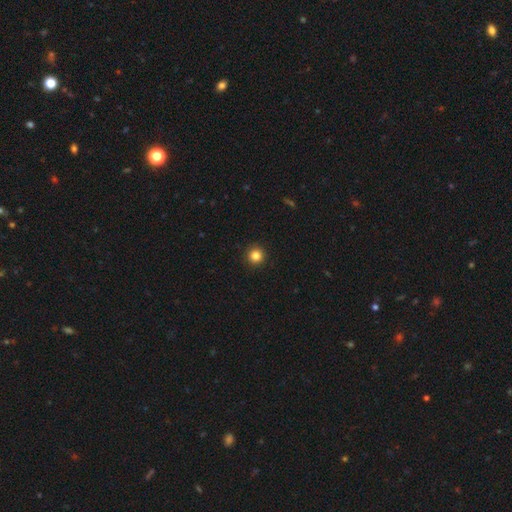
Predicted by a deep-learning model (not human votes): smooth 84%, star or artifact 12%, featured or disk 4%. Down the decision tree: how rounded — round (96%); merging — none (93%).